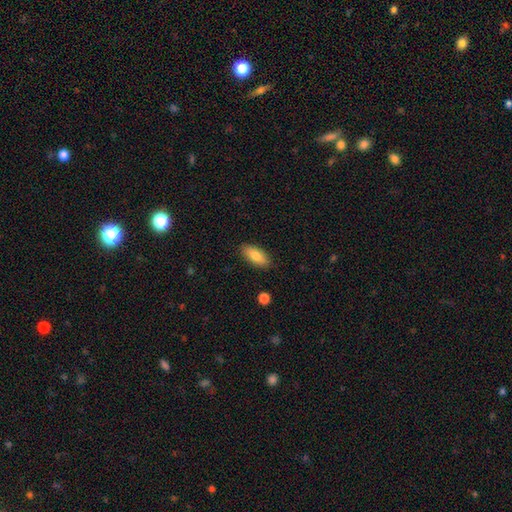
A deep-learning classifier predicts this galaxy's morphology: Smooth or featured? smooth (79%)
How rounded? in between (83%)
Merging? none (88%)